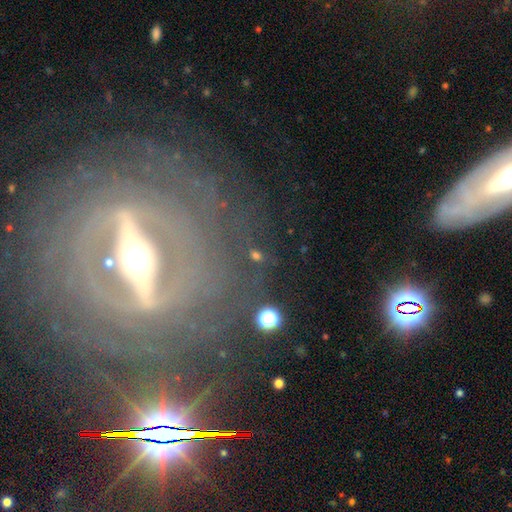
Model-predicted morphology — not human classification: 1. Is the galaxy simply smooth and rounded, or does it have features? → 82% featured or disk, 11% star or artifact, 7% smooth.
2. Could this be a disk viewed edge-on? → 55% no, 45% yes.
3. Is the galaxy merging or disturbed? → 76% none, 11% minor disturbance, 9% major disturbance, 3% merger.